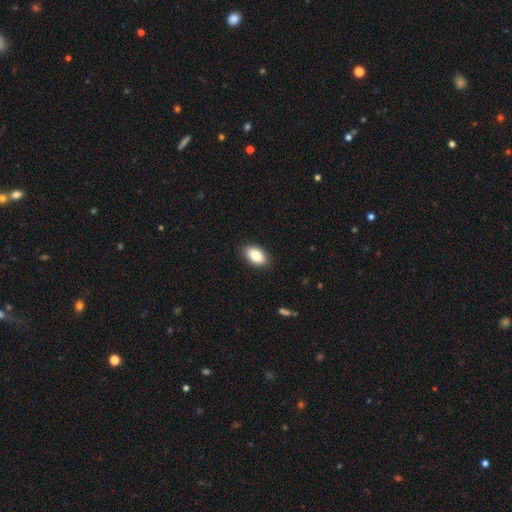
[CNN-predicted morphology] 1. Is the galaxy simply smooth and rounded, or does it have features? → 83% smooth, 10% featured or disk, 7% star or artifact.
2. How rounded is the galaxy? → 91% in between, 7% round, 2% cigar-shaped.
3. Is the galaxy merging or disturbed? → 89% none, 8% minor disturbance, 2% major disturbance, 1% merger.